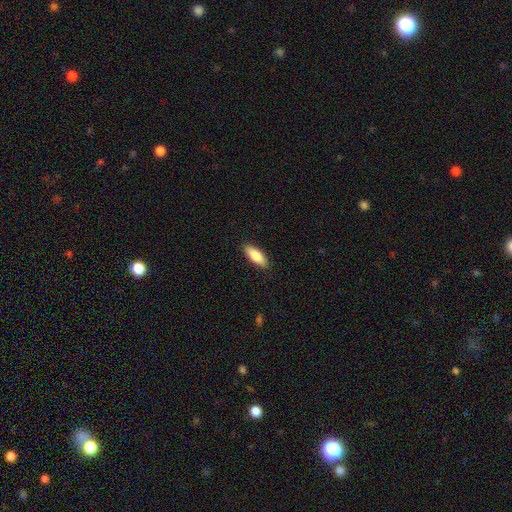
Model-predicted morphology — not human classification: Smooth or featured?
  - smooth: 82% *
  - featured or disk: 12%
  - star or artifact: 6%
How rounded?
  - in between: 70% *
  - cigar-shaped: 28%
  - round: 2%
Merging?
  - none: 89% *
  - minor disturbance: 9%
  - major disturbance: 2%
  - merger: 1%